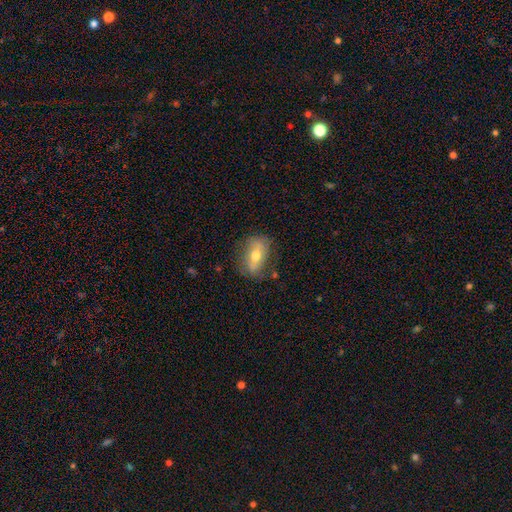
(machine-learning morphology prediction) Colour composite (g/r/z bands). It shows a smooth galaxy with no disk features (50%) that is in between round and cigar-shaped (79%). Merging: none (75%).